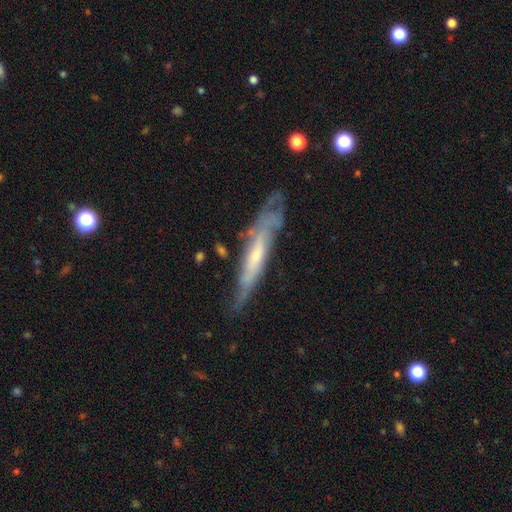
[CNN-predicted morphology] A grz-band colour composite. It shows a featured or disk galaxy (70%) viewed edge-on (59%). Merging: none (62%).